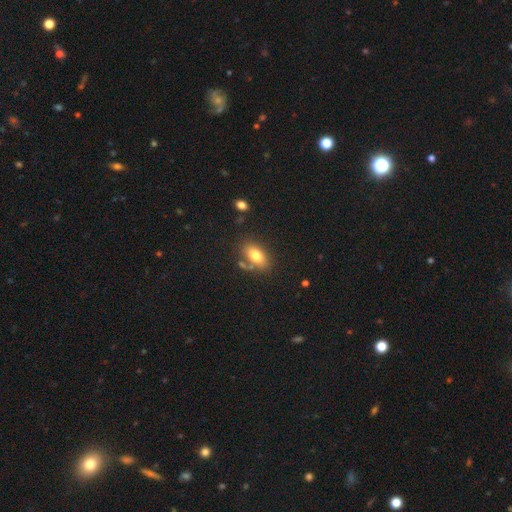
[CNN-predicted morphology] Q: Smooth or featured?
A: smooth (77%); runner-up: featured or disk (13%)
Q: How rounded?
A: in between (87%); runner-up: round (11%)
Q: Merging?
A: none (65%); runner-up: minor disturbance (16%)